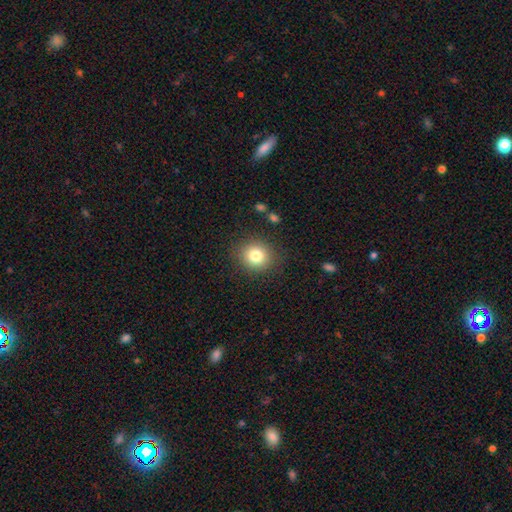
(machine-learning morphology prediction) Overall: smooth (81%). How rounded: round (85%). Merging: none (87%).